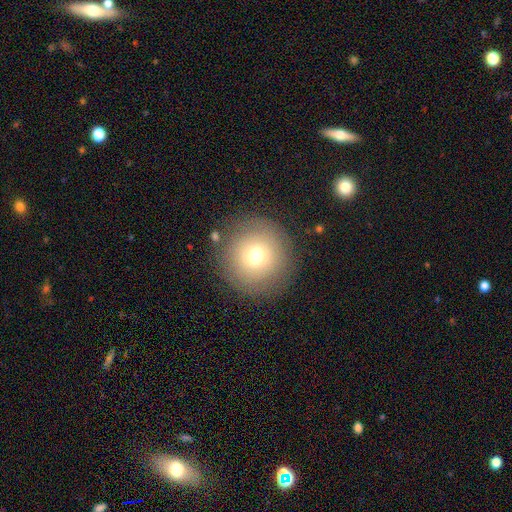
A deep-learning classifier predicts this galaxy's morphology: This is likely a smooth galaxy (69%). How rounded: clearly round (95%). Merging: clearly none (85%).